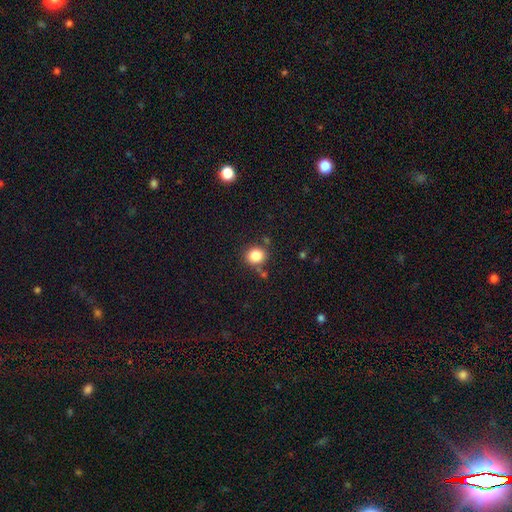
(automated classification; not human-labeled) Q: Smooth or featured?
A: smooth (85%); runner-up: star or artifact (10%)
Q: How rounded?
A: round (82%); runner-up: in between (17%)
Q: Merging?
A: none (79%); runner-up: minor disturbance (11%)